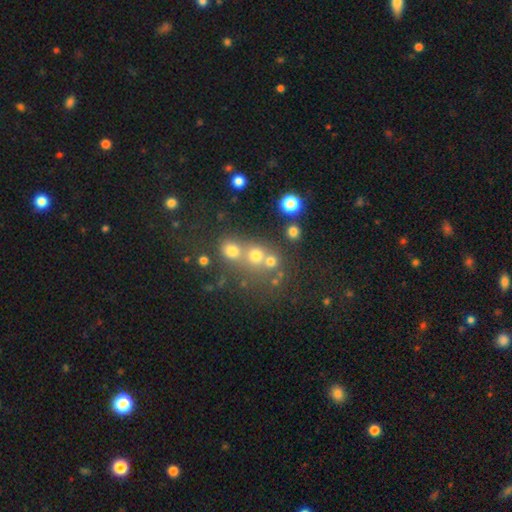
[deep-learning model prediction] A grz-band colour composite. It shows a smooth galaxy with no disk features (60%) that is round (83%). Merging: none (46%).